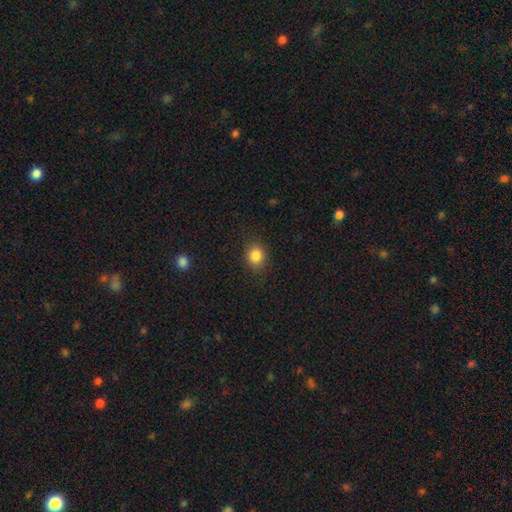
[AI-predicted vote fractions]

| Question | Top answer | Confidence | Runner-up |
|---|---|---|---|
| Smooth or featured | smooth | 85% | star or artifact (10%) |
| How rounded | round | 71% | in between (28%) |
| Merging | none | 86% | minor disturbance (10%) |